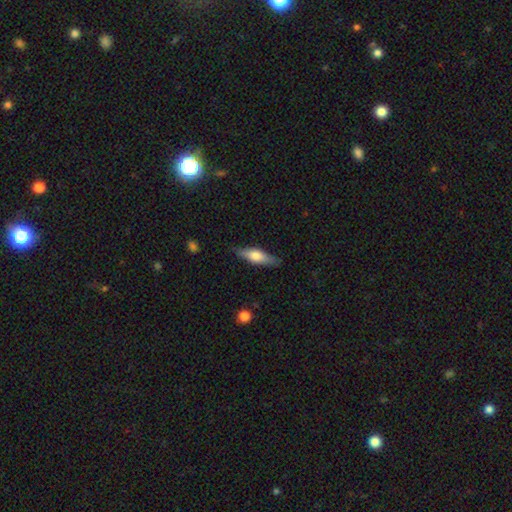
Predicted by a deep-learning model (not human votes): Smooth or featured?
  - smooth: 55% *
  - featured or disk: 39%
  - star or artifact: 6%
How rounded?
  - cigar-shaped: 56% *
  - in between: 41%
  - round: 2%
Merging?
  - none: 84% *
  - minor disturbance: 12%
  - major disturbance: 3%
  - merger: 1%